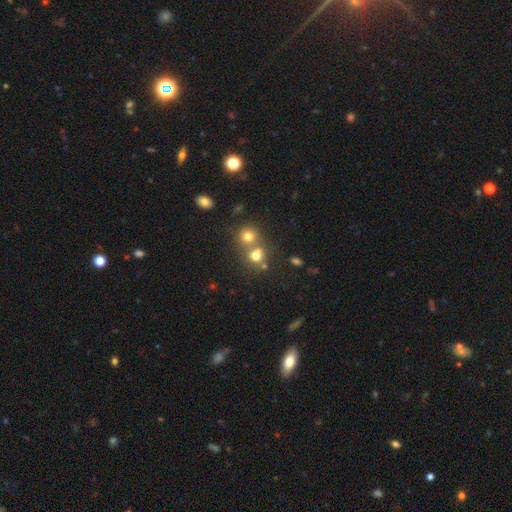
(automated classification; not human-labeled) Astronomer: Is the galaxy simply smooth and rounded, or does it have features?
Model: smooth — 72%.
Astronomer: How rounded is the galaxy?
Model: round — 75%.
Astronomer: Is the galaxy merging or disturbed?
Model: merger — 48% (runner-up: none, 42%).